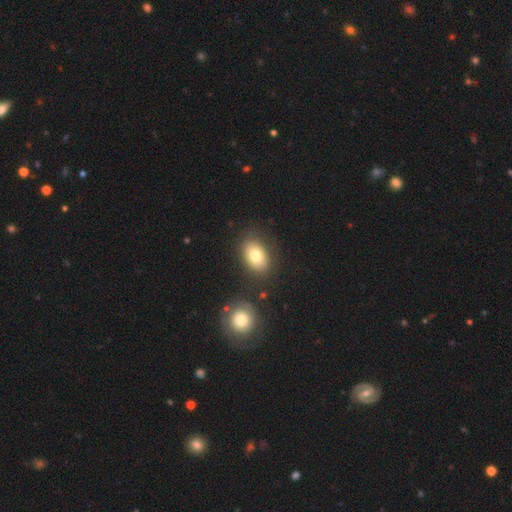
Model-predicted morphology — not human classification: A smooth galaxy with no disk features (79%) that is in between round and cigar-shaped (81%). Merging: none (81%).